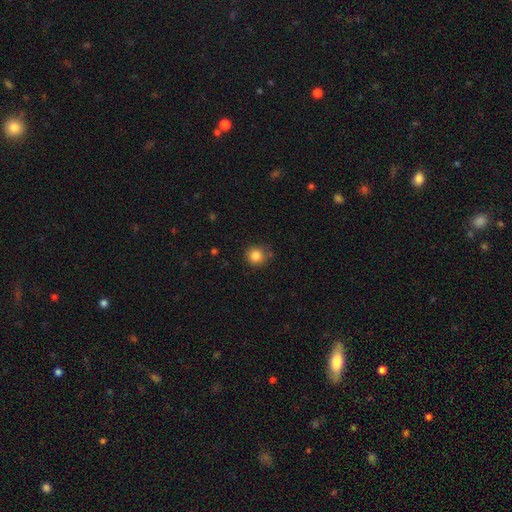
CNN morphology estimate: This is clearly a smooth galaxy (84%). How rounded: clearly round (92%). Merging: likely none (78%).